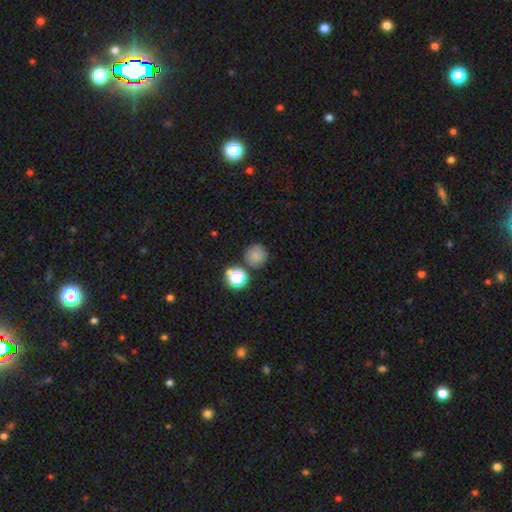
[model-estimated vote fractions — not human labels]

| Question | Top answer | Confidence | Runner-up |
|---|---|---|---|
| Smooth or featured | smooth | 76% | star or artifact (16%) |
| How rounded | round | 93% | in between (6%) |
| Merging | none | 77% | merger (10%) |